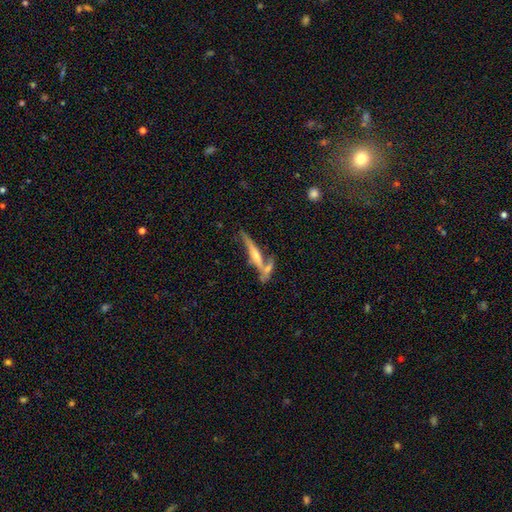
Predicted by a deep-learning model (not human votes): Overall: featured or disk (70%). Edge-on disk: yes (91%). Edge-on bulge: rounded (81%). Merging: none (52%; merger 28%).